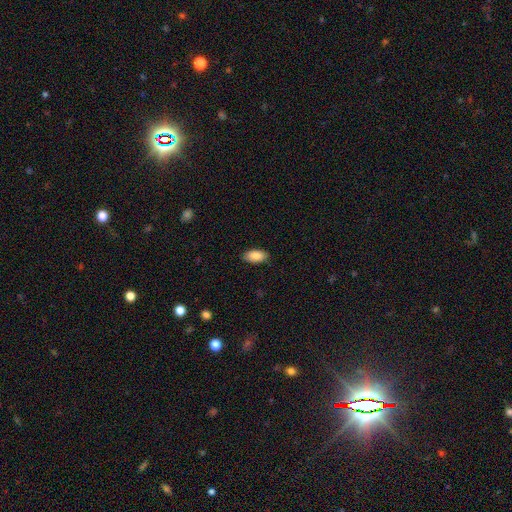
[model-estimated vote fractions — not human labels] This appears to be a smooth galaxy with no disk features (88%) that is in between round and cigar-shaped (93%). Merging: none (87%).